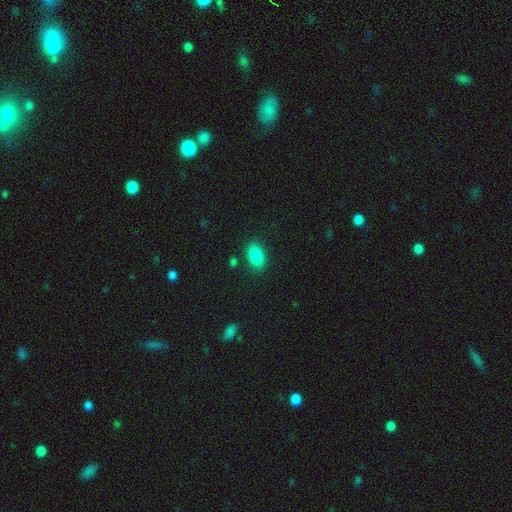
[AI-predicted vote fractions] A smooth galaxy with no disk features (85%) that is in between round and cigar-shaped (89%).

Vote fractions:
- Smooth or featured? smooth: 85% / star or artifact: 9% / featured or disk: 6%
- How rounded? in between: 89% / round: 8% / cigar-shaped: 3%
- Merging? none: 85% / minor disturbance: 9% / major disturbance: 3% / merger: 3%